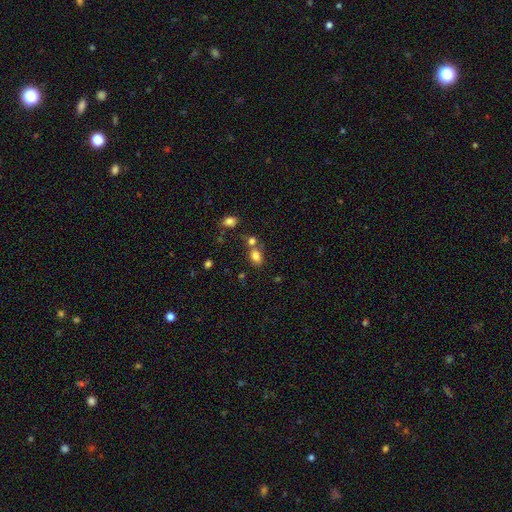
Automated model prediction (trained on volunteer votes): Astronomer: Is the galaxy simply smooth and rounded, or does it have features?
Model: smooth — 80%.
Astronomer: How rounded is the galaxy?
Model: in between — 70%.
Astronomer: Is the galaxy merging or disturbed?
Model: none — 51% (runner-up: merger, 32%).